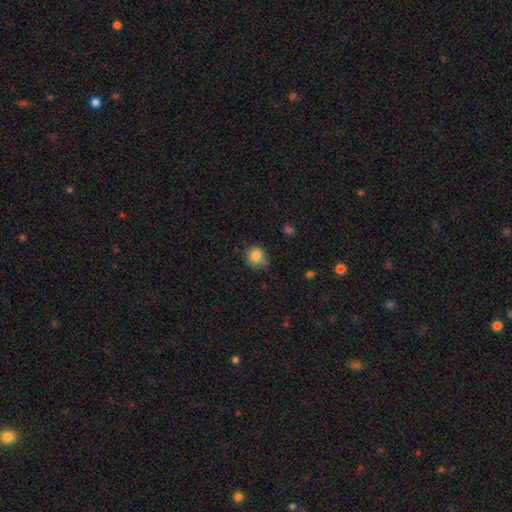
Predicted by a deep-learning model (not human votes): smooth 83%, star or artifact 10%, featured or disk 7%. Down the decision tree: how rounded — round (78%); merging — none (71%).